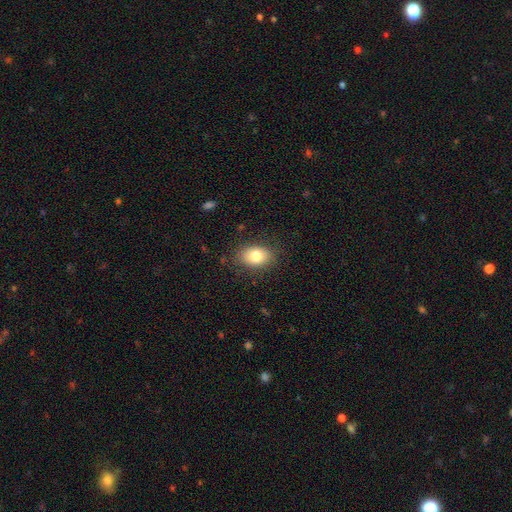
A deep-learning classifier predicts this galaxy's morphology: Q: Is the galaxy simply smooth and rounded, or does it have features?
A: smooth — 79%.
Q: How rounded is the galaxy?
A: in between — 80%.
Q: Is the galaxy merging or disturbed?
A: none — 83%.